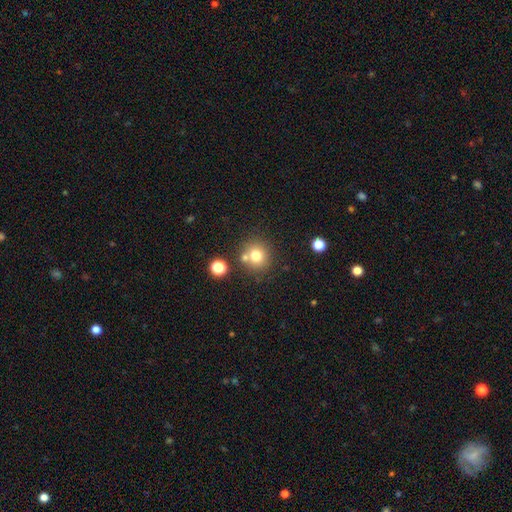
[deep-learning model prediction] Morphology: type=smooth (75%); roundness=round (90%); merging=none (70%).